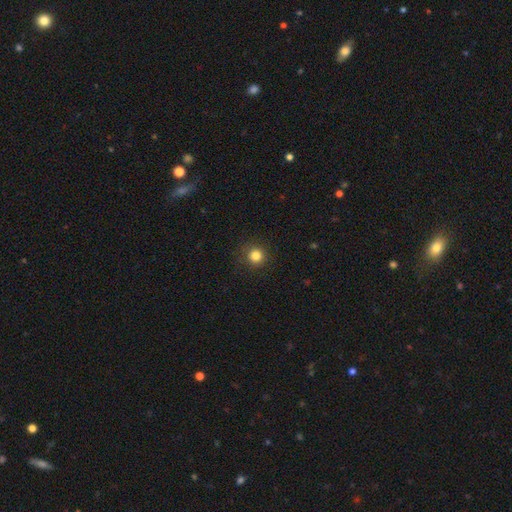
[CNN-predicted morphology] A smooth galaxy with no disk features (83%) that is round (94%). Merging: none (90%).